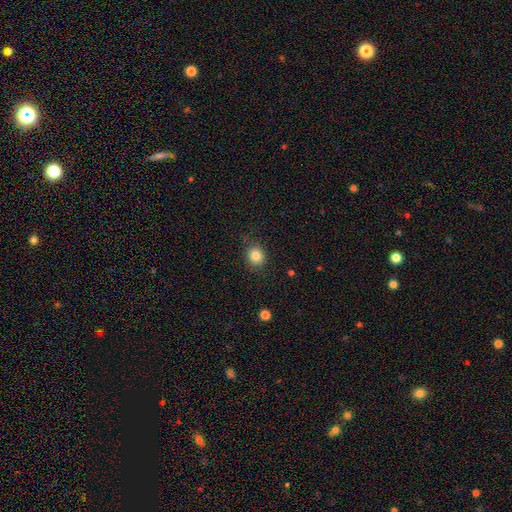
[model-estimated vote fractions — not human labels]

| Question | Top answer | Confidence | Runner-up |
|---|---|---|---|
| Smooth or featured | smooth | 84% | star or artifact (11%) |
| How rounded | round | 79% | in between (20%) |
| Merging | none | 85% | minor disturbance (11%) |